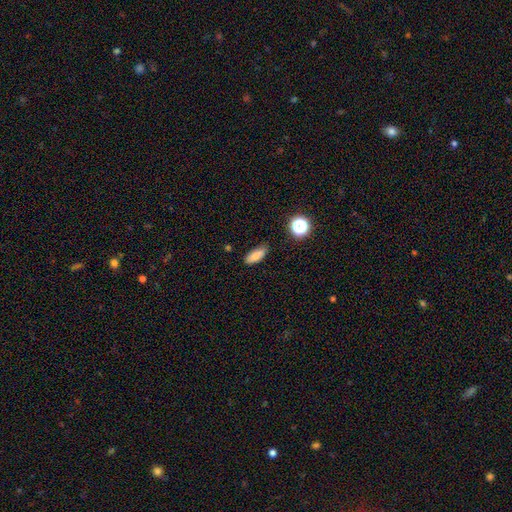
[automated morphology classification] Q: Smooth or featured?
A: smooth (84%); runner-up: star or artifact (11%)
Q: How rounded?
A: in between (72%); runner-up: cigar-shaped (24%)
Q: Merging?
A: none (75%); runner-up: minor disturbance (19%)